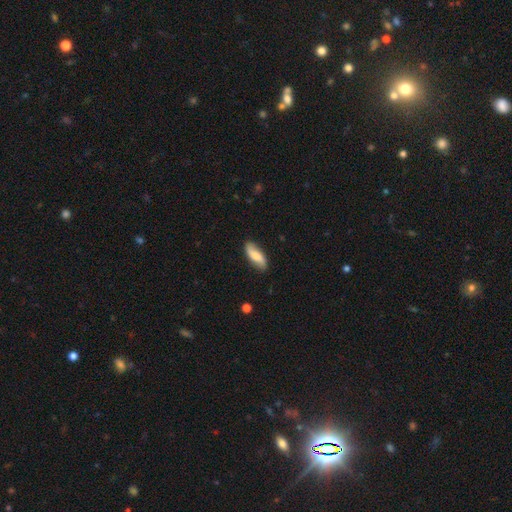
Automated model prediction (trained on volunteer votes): Q: Smooth or featured?
A: smooth (65%); runner-up: featured or disk (29%)
Q: How rounded?
A: in between (71%); runner-up: cigar-shaped (26%)
Q: Merging?
A: none (82%); runner-up: minor disturbance (14%)